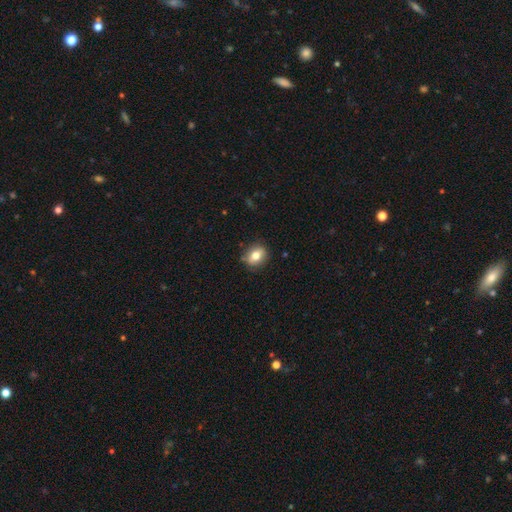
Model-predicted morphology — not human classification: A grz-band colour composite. It shows a smooth galaxy with no disk features (74%) that is round (54%). Merging: none (82%).